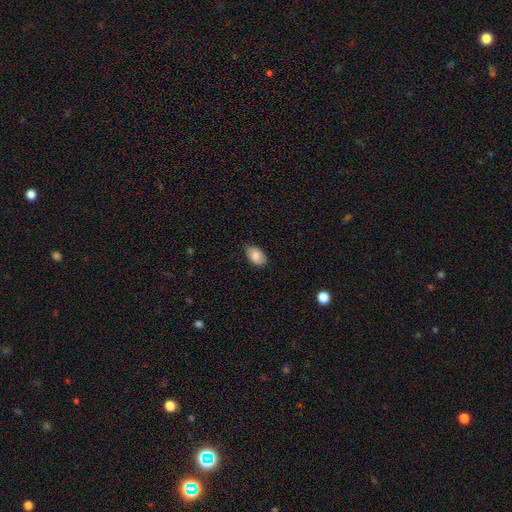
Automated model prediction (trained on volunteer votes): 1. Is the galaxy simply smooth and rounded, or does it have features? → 81% smooth, 12% featured or disk, 7% star or artifact.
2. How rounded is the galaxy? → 91% in between, 8% round, 1% cigar-shaped.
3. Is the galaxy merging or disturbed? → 78% none, 19% minor disturbance, 3% major disturbance, 1% merger.